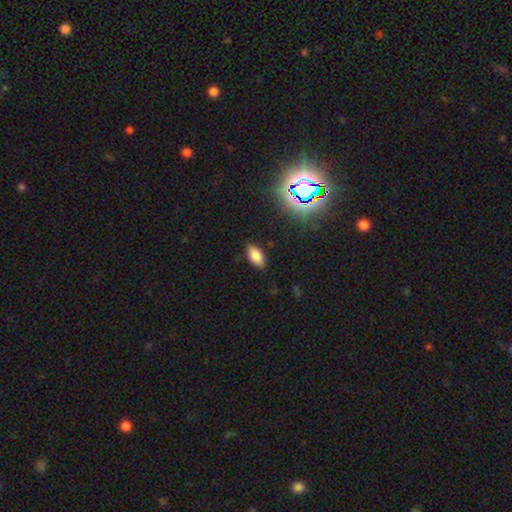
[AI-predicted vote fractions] smooth 81%, star or artifact 11%, featured or disk 7%. Down the decision tree: how rounded — in between (92%); merging — none (85%).